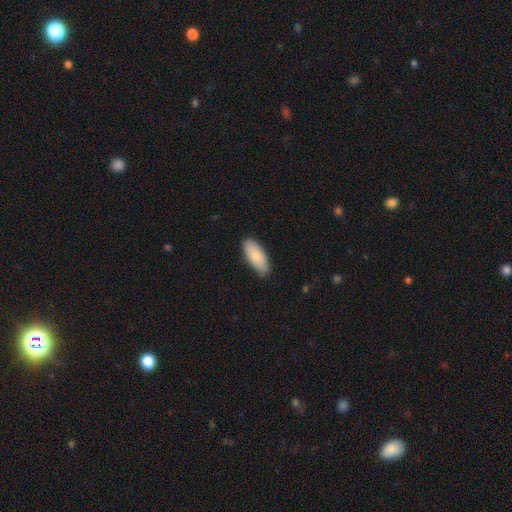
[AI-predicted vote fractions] Smooth or featured? smooth (84%)
How rounded? in between (85%)
Merging? none (83%)